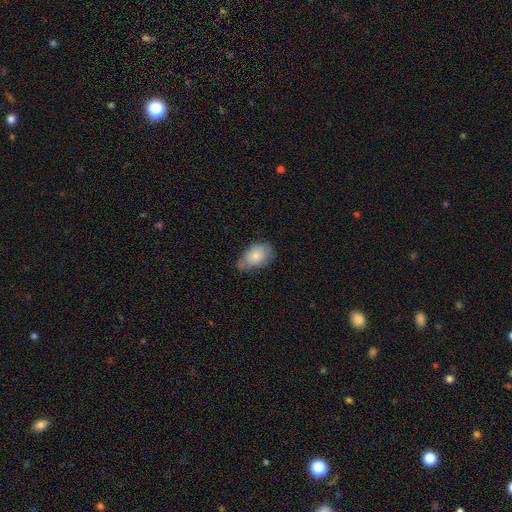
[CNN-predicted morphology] Overall: smooth (78%). How rounded: in between (89%). Merging: none (53%; minor disturbance 37%).